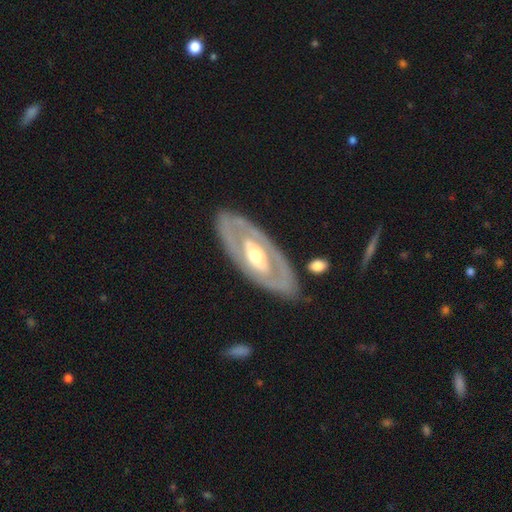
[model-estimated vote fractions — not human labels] A featured or disk galaxy (74%) with no bar (61%), no spiral arms (67%) and a moderate central bulge (70%).

Vote fractions:
- Smooth or featured? featured or disk: 74% / smooth: 22% / star or artifact: 4%
- Edge-on disk? no: 86% / yes: 14%
- Bar? no: 61% / weak: 23% / strong: 16%
- Spiral arms? no: 67% / yes: 33%
- Bulge size? moderate: 70% / small: 16% / large: 11% / dominant: 1% / none: 1%
- Merging? none: 82% / minor disturbance: 12% / major disturbance: 4% / merger: 2%